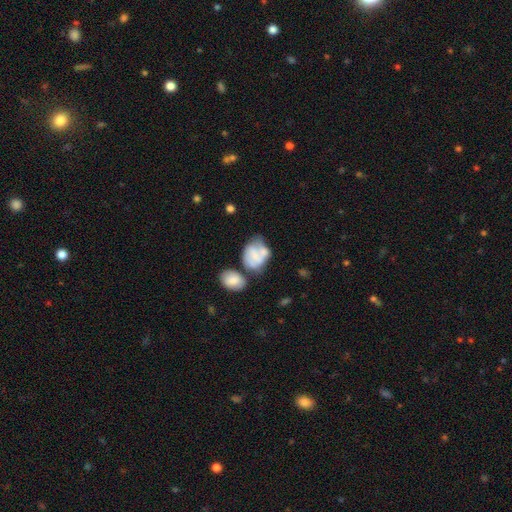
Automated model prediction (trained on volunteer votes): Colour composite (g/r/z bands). It shows a smooth galaxy with no disk features (53%) that is in between round and cigar-shaped (68%). Merging: merger (31%).